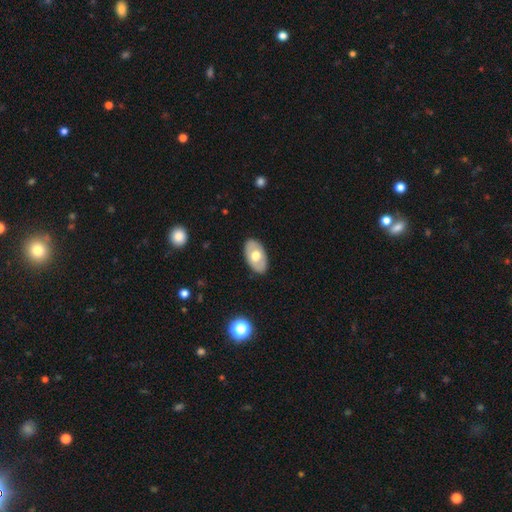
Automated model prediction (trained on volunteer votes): smooth 56%, featured or disk 38%, star or artifact 6%. Down the decision tree: how rounded — in between (93%); merging — none (86%).